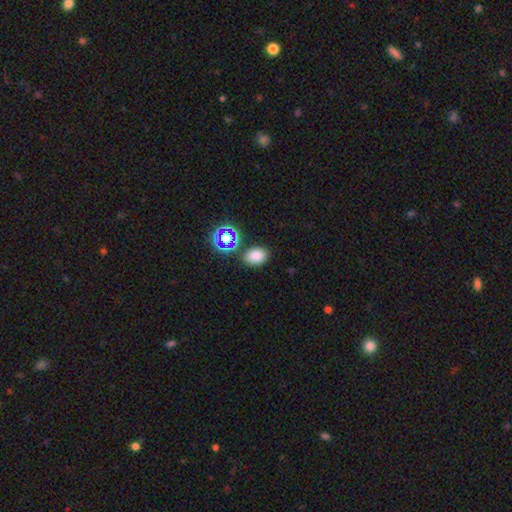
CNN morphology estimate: Smooth or featured? smooth (76%)
How rounded? in between (76%)
Merging? none (80%)